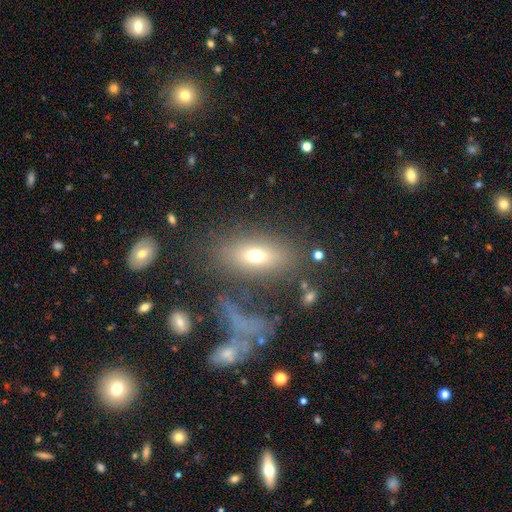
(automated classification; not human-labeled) Morphology: type=smooth (64%); roundness=in between (80%); merging=none (55%).